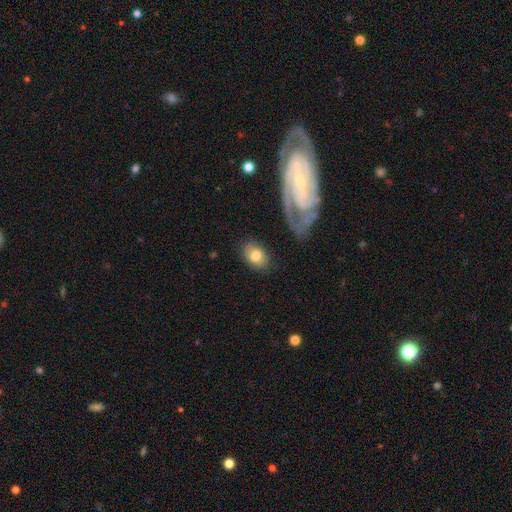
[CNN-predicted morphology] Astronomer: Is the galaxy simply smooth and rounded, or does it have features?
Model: smooth — 73%.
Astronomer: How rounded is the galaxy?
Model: in between — 72%.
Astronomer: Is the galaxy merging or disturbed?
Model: none — 78%.